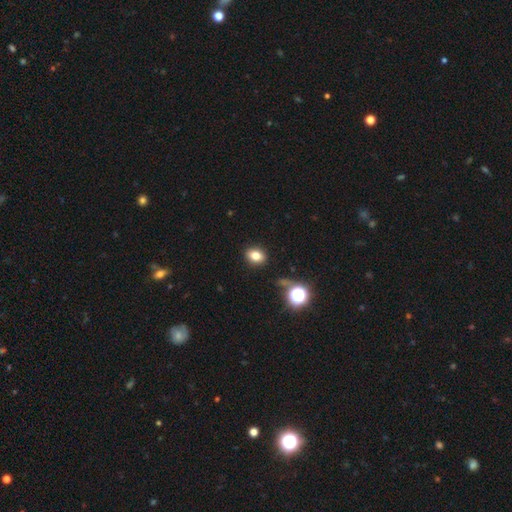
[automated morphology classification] A smooth galaxy with no disk features (78%) that is in between round and cigar-shaped (59%). Merging: none (87%).